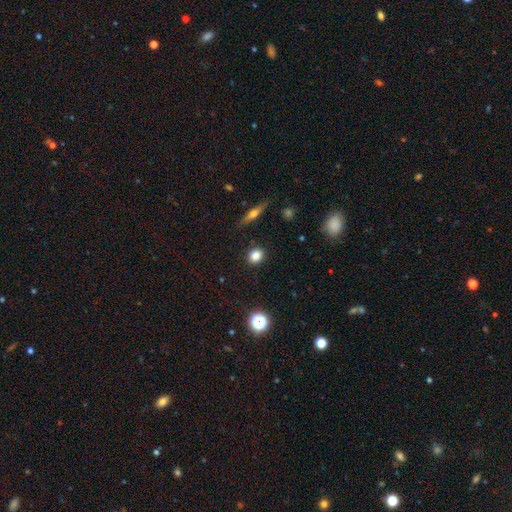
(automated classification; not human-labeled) Smooth or featured: smooth — 83% (star or artifact — 11%)
How rounded: round — 75% (in between — 23%)
Merging: none — 89% (minor disturbance — 7%)